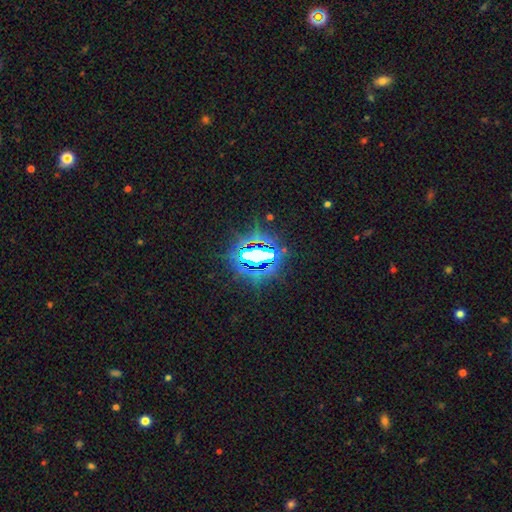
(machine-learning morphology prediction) type=star or artifact (78%).